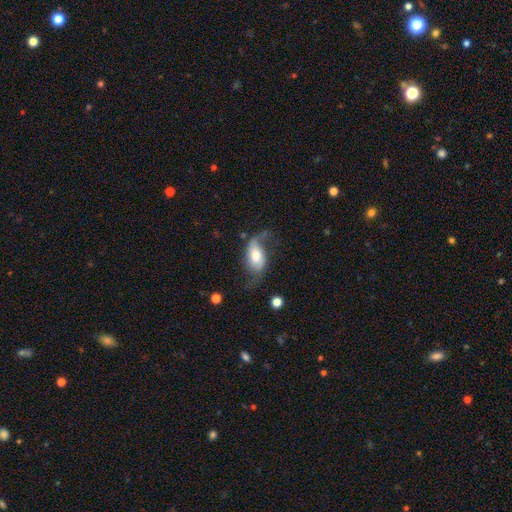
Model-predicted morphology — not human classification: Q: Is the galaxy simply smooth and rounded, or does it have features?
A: featured or disk — 53%.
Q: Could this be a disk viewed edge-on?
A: no — 92%.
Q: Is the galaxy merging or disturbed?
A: none — 40%.